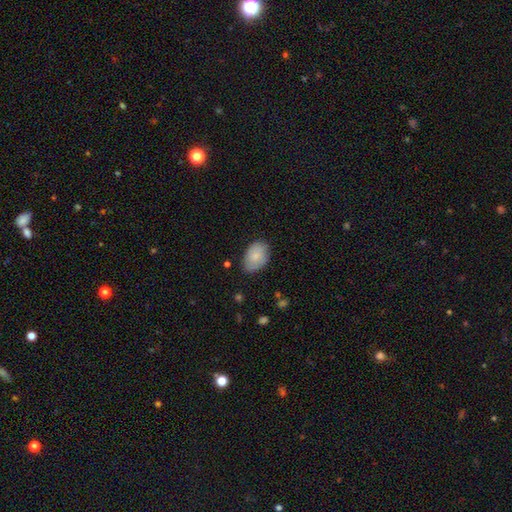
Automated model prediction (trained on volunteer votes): A smooth galaxy with no disk features (81%) that is in between round and cigar-shaped (87%). Merging: none (74%).